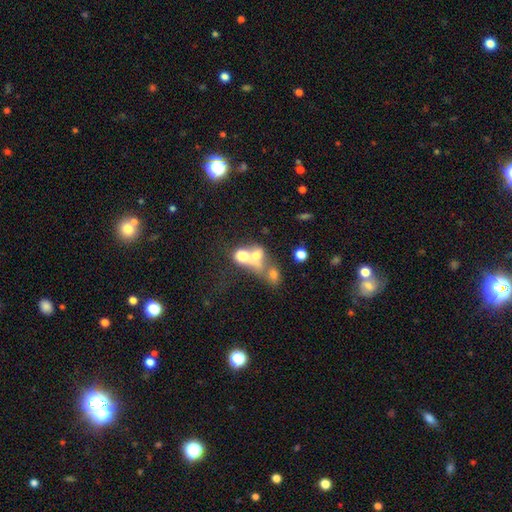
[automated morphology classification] Smooth or featured? smooth (62%)
How rounded? round (50%)
Merging? merger (70%)